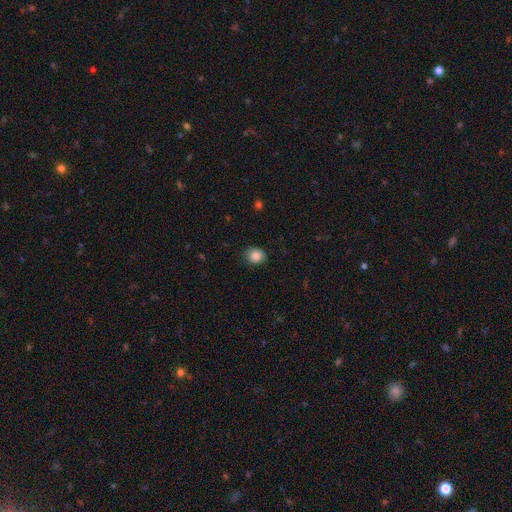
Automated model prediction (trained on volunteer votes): Q: Smooth or featured?
A: smooth (85%); runner-up: star or artifact (10%)
Q: How rounded?
A: round (71%); runner-up: in between (29%)
Q: Merging?
A: none (83%); runner-up: minor disturbance (13%)